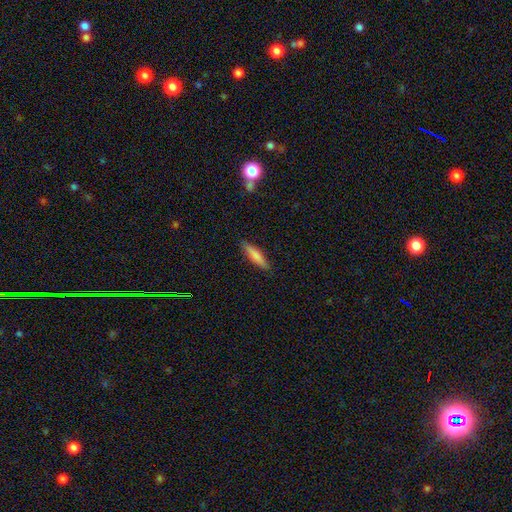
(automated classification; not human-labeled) Smooth or featured?
  - smooth: 75% *
  - featured or disk: 19%
  - star or artifact: 7%
How rounded?
  - cigar-shaped: 77% *
  - in between: 21%
  - round: 2%
Merging?
  - none: 87% *
  - minor disturbance: 10%
  - major disturbance: 2%
  - merger: 1%